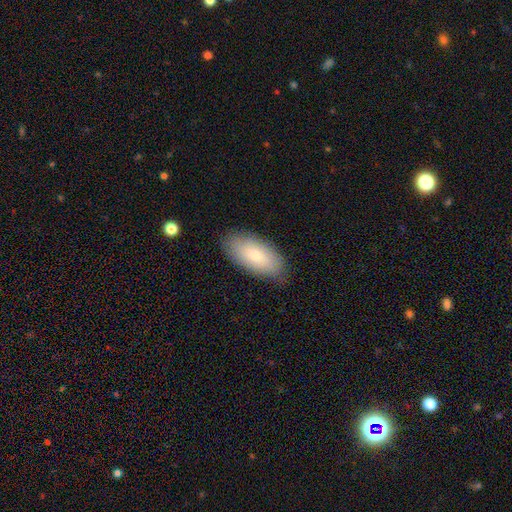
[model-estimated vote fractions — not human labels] smooth_or_featured: smooth (p=0.78) [alt: featured or disk p=0.16]
how_rounded: in between (p=0.93) [alt: cigar-shaped p=0.05]
merging: none (p=0.84) [alt: minor disturbance p=0.12]